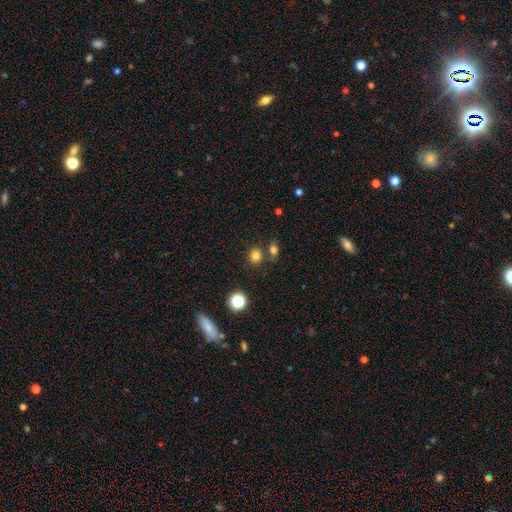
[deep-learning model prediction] Smooth or featured: smooth — 79% (star or artifact — 16%)
How rounded: round — 78% (in between — 21%)
Merging: none — 72% (merger — 15%)